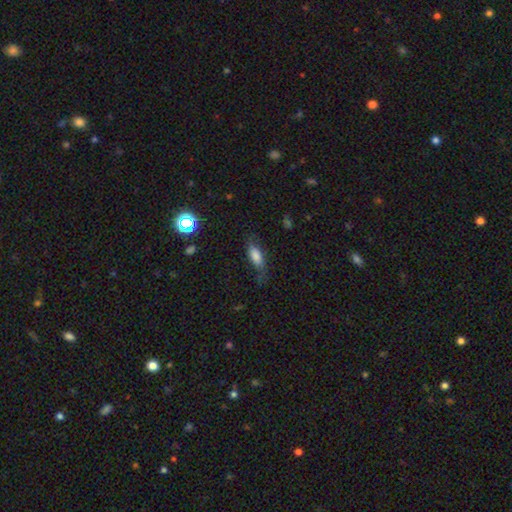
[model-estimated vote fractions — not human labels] smooth_or_featured: smooth (p=0.70) [alt: featured or disk p=0.20]
how_rounded: in between (p=0.71) [alt: cigar-shaped p=0.26]
merging: none (p=0.59) [alt: minor disturbance p=0.25]